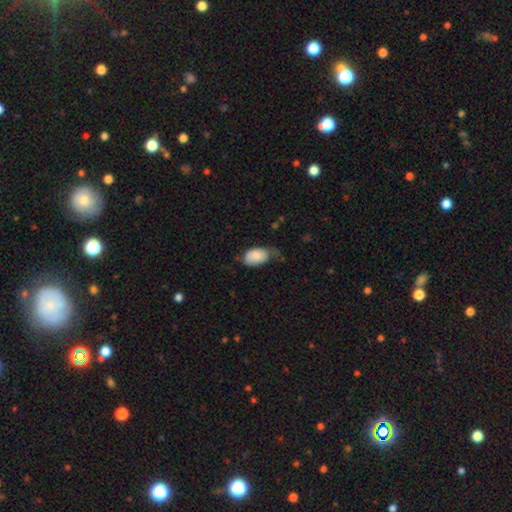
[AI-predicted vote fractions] Smooth or featured? Predicted: smooth (p=0.80). How rounded? Predicted: in between (p=0.92). Merging? Predicted: minor disturbance (p=0.45).